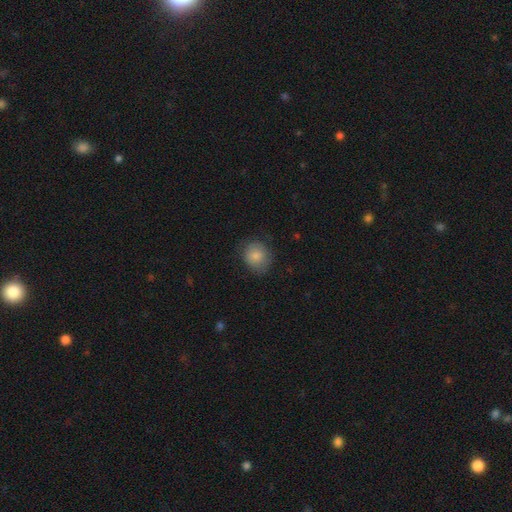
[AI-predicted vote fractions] smooth_or_featured: smooth (p=0.83) [alt: featured or disk p=0.09]
how_rounded: round (p=0.79) [alt: in between p=0.20]
merging: none (p=0.75) [alt: minor disturbance p=0.19]